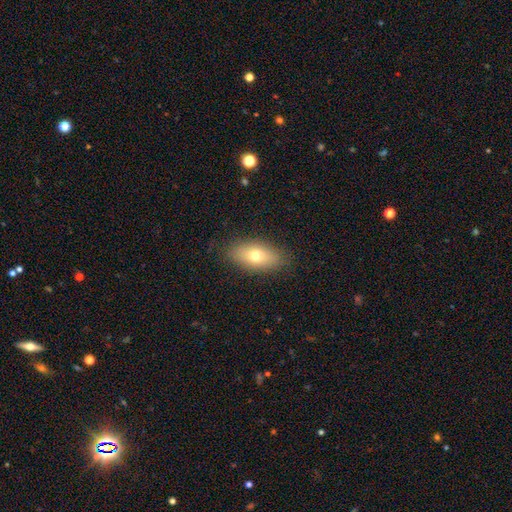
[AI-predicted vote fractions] smooth-or-featured: smooth: 69% | featured or disk: 21% | star or artifact: 9%
  how-rounded: in between: 84% | cigar-shaped: 9% | round: 7%
  merging: none: 85% | minor disturbance: 10% | major disturbance: 3% | merger: 1%